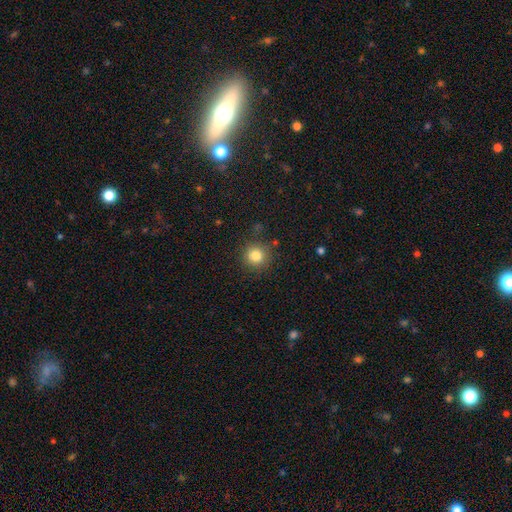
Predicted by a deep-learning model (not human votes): Smooth or featured: smooth — 82% (star or artifact — 12%)
How rounded: round — 93% (in between — 6%)
Merging: none — 87% (minor disturbance — 9%)